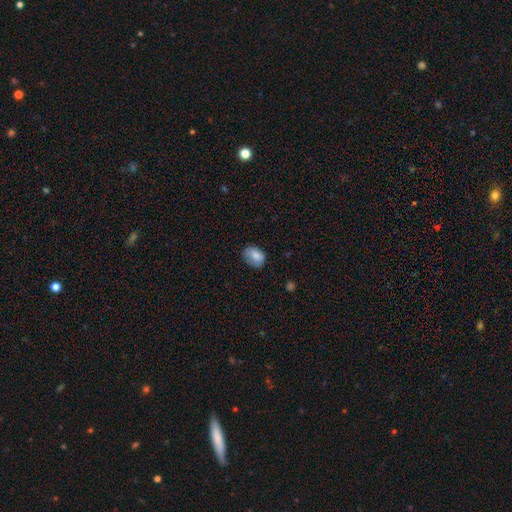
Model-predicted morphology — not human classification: This appears to be a smooth galaxy with no disk features (82%) that is in between round and cigar-shaped (70%). Merging: none (66%).